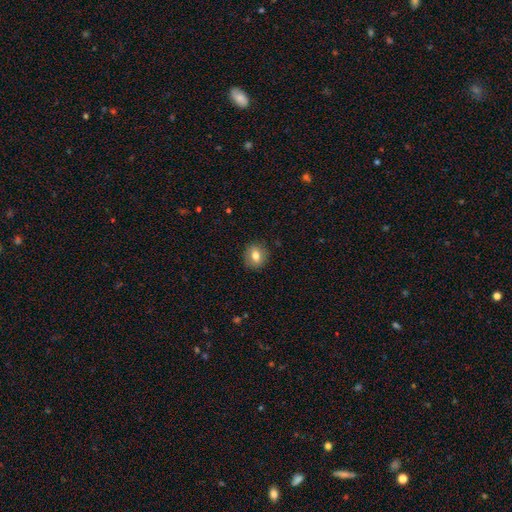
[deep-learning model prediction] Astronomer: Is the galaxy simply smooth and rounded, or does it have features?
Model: smooth — 75%.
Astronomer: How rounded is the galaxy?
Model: round — 71%.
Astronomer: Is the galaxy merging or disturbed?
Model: none — 88%.